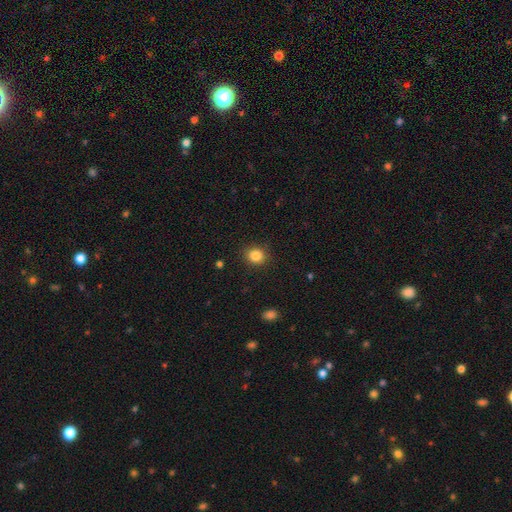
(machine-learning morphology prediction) smooth_or_featured: smooth (p=0.85) [alt: star or artifact p=0.11]
how_rounded: round (p=0.78) [alt: in between p=0.21]
merging: none (p=0.89) [alt: minor disturbance p=0.08]